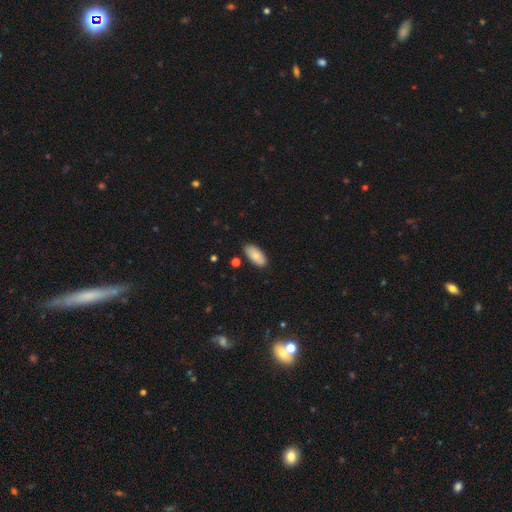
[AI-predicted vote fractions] Overall: smooth (85%). How rounded: in between (92%). Merging: none (84%).